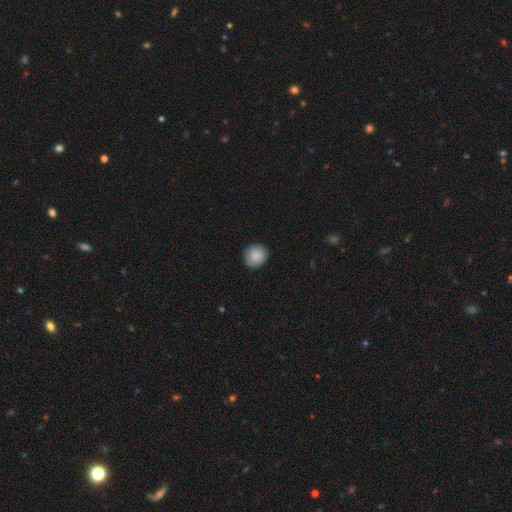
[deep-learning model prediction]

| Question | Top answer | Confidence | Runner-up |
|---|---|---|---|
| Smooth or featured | smooth | 87% | star or artifact (7%) |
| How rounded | round | 84% | in between (15%) |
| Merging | none | 88% | minor disturbance (9%) |